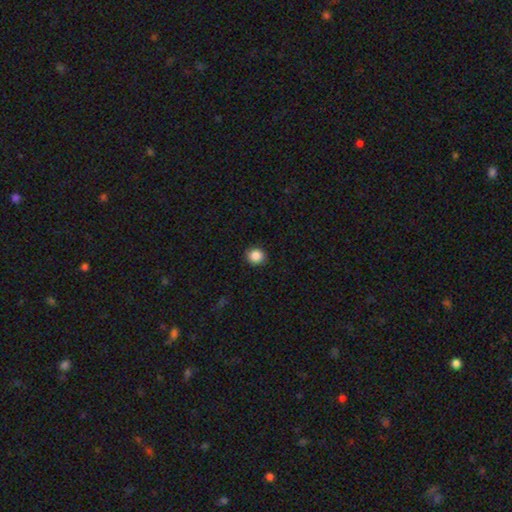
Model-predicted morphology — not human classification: The model was most divided on "smooth or featured": smooth: 87%, star or artifact: 10%, featured or disk: 3%. More confident: merging — none (92%); how rounded — round (89%).